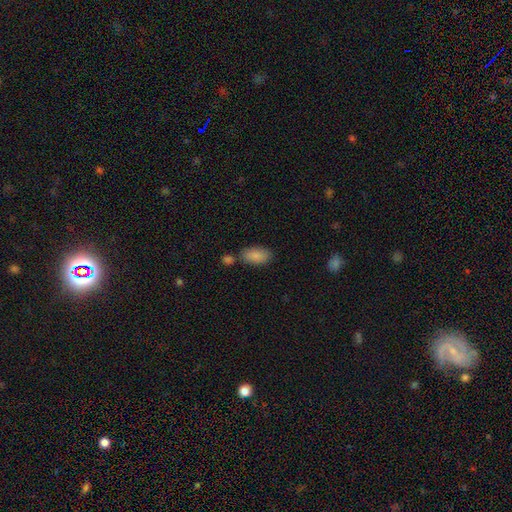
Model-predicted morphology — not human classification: Smooth or featured: smooth — 86% (star or artifact — 7%)
How rounded: in between — 93% (round — 4%)
Merging: none — 68% (merger — 15%)